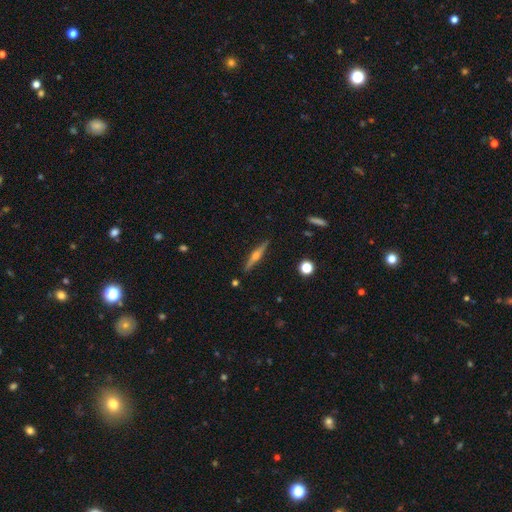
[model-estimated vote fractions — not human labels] Smooth or featured: featured or disk — 74% (smooth — 20%)
Edge-on disk: yes — 98% (no — 2%)
Edge-on bulge: rounded — 94% (none — 3%)
Merging: none — 91% (minor disturbance — 7%)